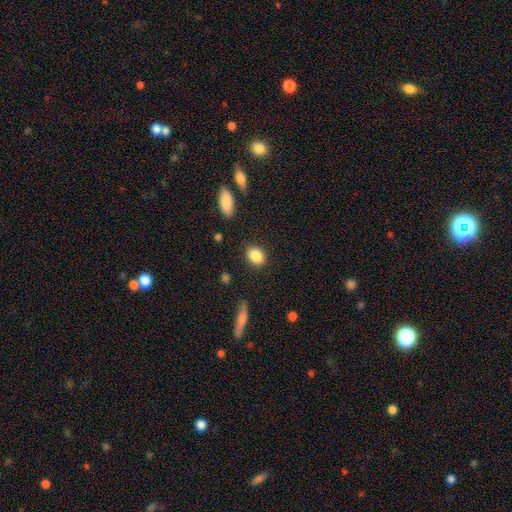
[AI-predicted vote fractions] smooth-or-featured: smooth: 87% | star or artifact: 8% | featured or disk: 5%
  how-rounded: in between: 64% | round: 34% | cigar-shaped: 2%
  merging: none: 86% | minor disturbance: 9% | major disturbance: 3% | merger: 2%